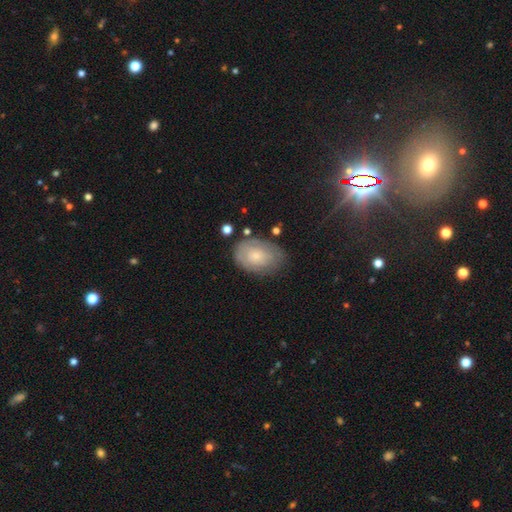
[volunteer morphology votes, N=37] Smooth or featured? 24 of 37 (65%) said smooth. How rounded? 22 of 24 (92%) said in between. Merging? 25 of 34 (74%) said none.